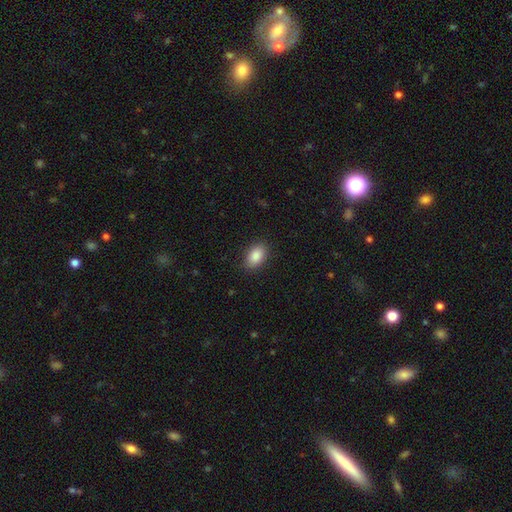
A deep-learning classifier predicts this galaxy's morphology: Overall: smooth (88%). How rounded: in between (89%). Merging: none (88%).